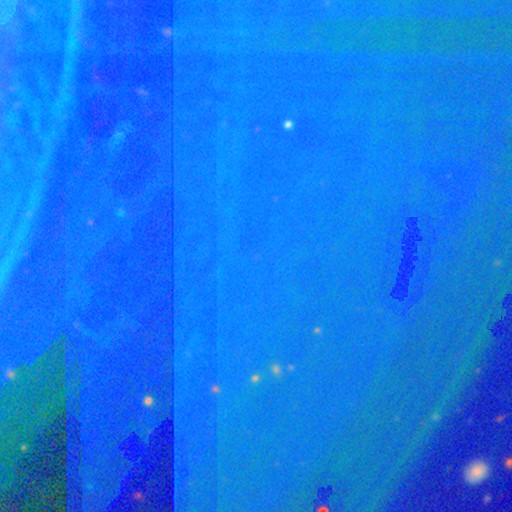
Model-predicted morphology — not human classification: A star or artifact, not a galaxy (86%).

Vote fractions:
- Smooth or featured? star or artifact: 86% / featured or disk: 7% / smooth: 7%